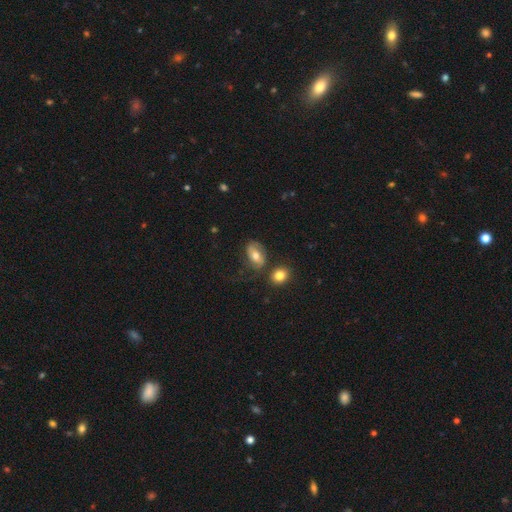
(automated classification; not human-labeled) Smooth or featured? smooth (58%)
How rounded? in between (84%)
Merging? none (54%)